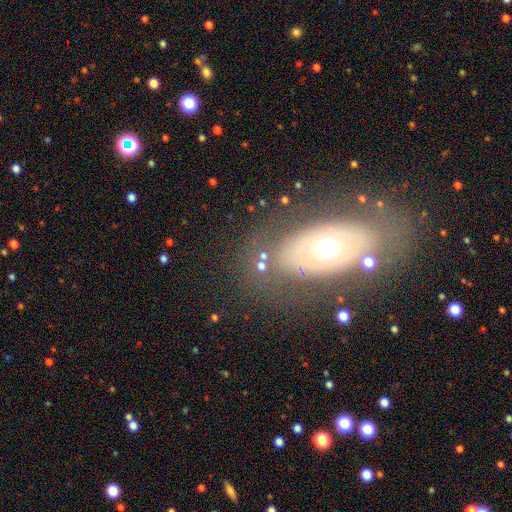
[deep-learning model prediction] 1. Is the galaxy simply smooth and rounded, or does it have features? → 52% featured or disk, 35% smooth, 13% star or artifact.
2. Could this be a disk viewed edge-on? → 85% no, 15% yes.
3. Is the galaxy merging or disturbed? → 74% none, 14% minor disturbance, 9% major disturbance, 3% merger.